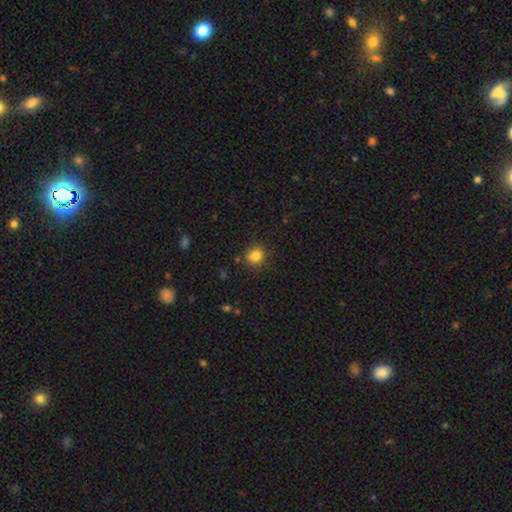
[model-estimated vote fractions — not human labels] Smooth or featured?
  - smooth: 82% *
  - star or artifact: 12%
  - featured or disk: 6%
How rounded?
  - round: 84% *
  - in between: 15%
  - cigar-shaped: 1%
Merging?
  - none: 81% *
  - minor disturbance: 13%
  - major disturbance: 3%
  - merger: 3%